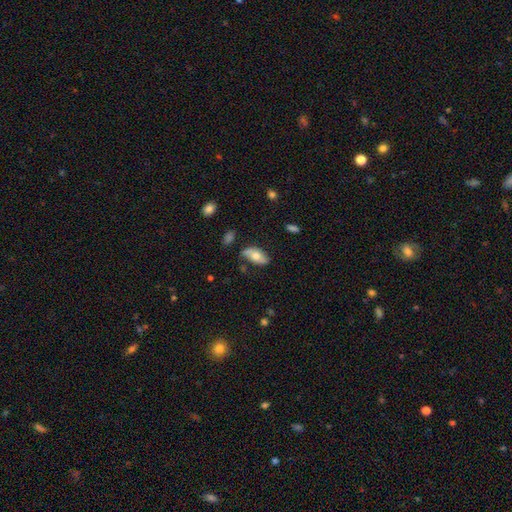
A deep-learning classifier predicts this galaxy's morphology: Smooth or featured? Predicted: smooth (p=0.55). How rounded? Predicted: in between (p=0.90). Merging? Predicted: none (p=0.65).